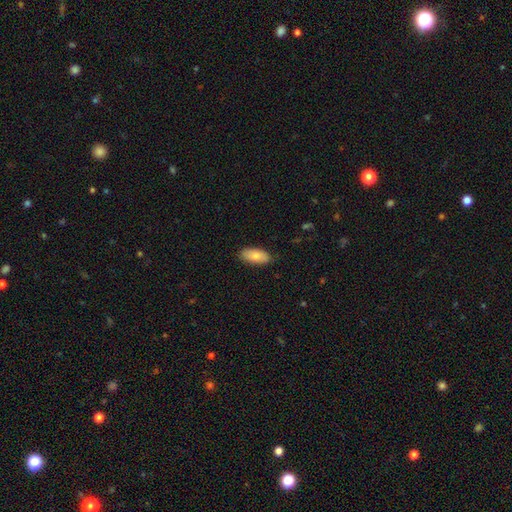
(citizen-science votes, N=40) This is likely a smooth galaxy (72%). How rounded: clearly in between (100%). Merging: clearly none (86%).